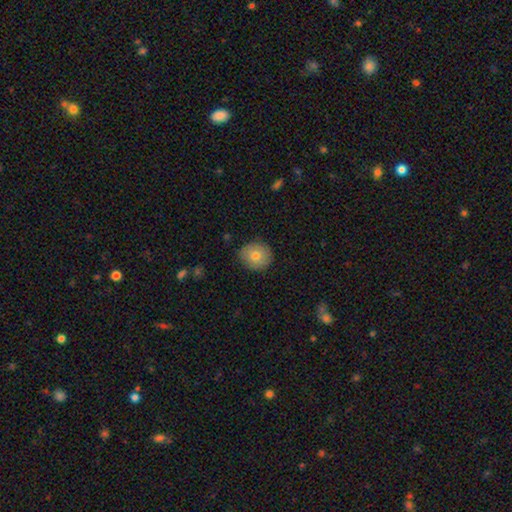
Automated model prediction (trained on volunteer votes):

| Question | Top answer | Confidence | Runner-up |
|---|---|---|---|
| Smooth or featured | smooth | 76% | featured or disk (15%) |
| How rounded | round | 86% | in between (13%) |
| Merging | none | 86% | minor disturbance (11%) |